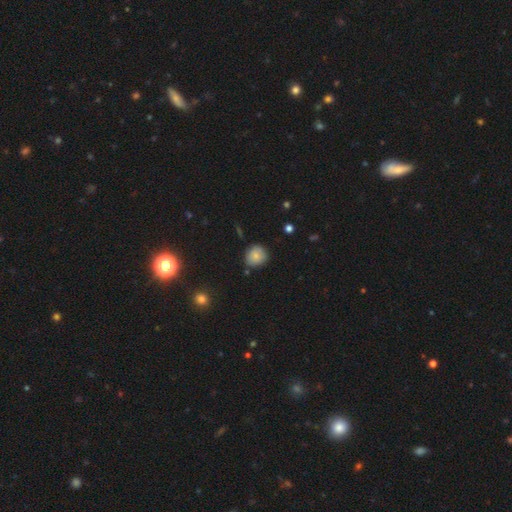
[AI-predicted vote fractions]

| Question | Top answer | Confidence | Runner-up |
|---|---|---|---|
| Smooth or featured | smooth | 78% | star or artifact (11%) |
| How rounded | round | 81% | in between (18%) |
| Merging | none | 77% | minor disturbance (17%) |